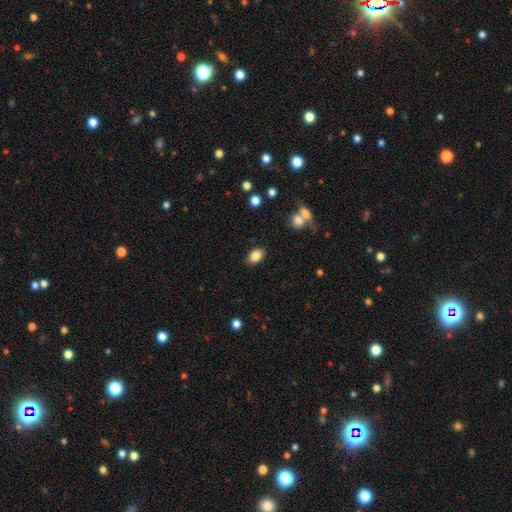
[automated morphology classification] Smooth or featured? smooth (84%)
How rounded? in between (84%)
Merging? none (86%)